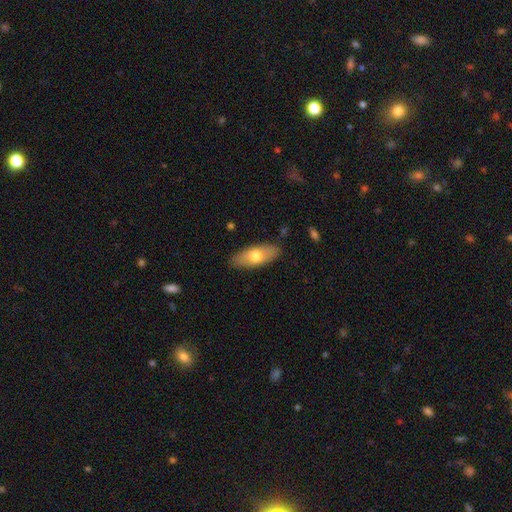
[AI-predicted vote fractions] smooth_or_featured: smooth (p=0.67) [alt: featured or disk p=0.28]
how_rounded: in between (p=0.76) [alt: cigar-shaped p=0.21]
merging: none (p=0.86) [alt: minor disturbance p=0.10]